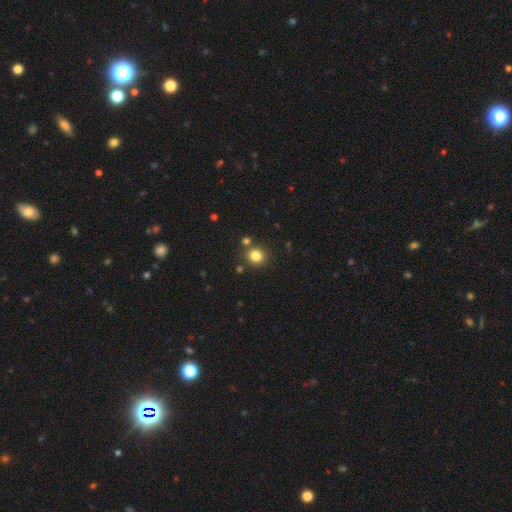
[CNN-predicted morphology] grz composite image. It shows a smooth galaxy with no disk features (82%) that is round (84%). Merging: none (81%).